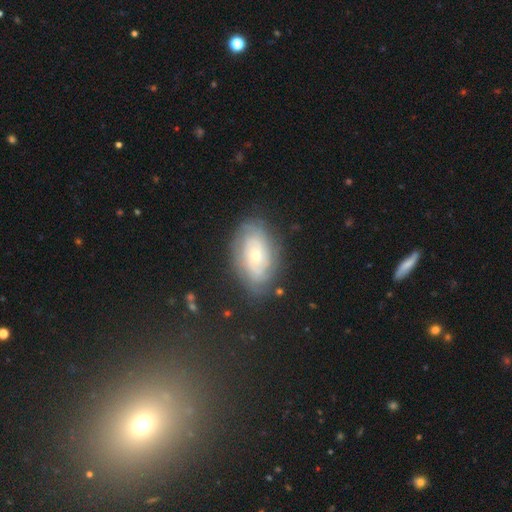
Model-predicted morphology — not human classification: smooth_or_featured: featured or disk (p=0.65) [alt: smooth p=0.27]
disk_edge_on: no (p=0.94) [alt: yes p=0.06]
bar: no (p=0.79) [alt: weak p=0.17]
has_spiral_arms: yes (p=0.83) [alt: no p=0.17]
spiral_winding: tight (p=0.72) [alt: medium p=0.20]
spiral_arm_count: can't tell (p=0.57) [alt: 2 p=0.17]
bulge_size: small (p=0.61) [alt: moderate p=0.34]
merging: none (p=0.76) [alt: minor disturbance p=0.16]